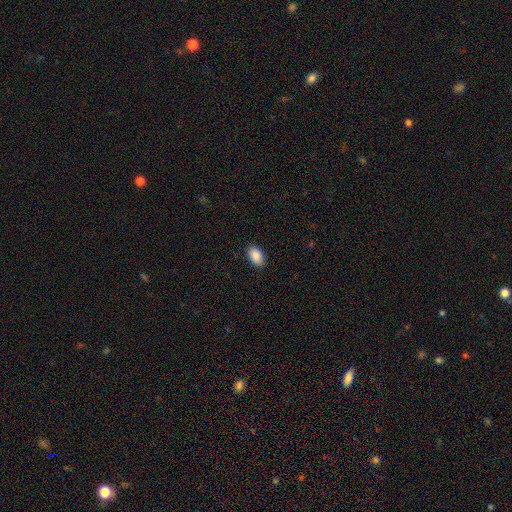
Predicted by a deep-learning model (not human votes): Smooth or featured? Predicted: smooth (p=0.89). How rounded? Predicted: in between (p=0.93). Merging? Predicted: none (p=0.89).